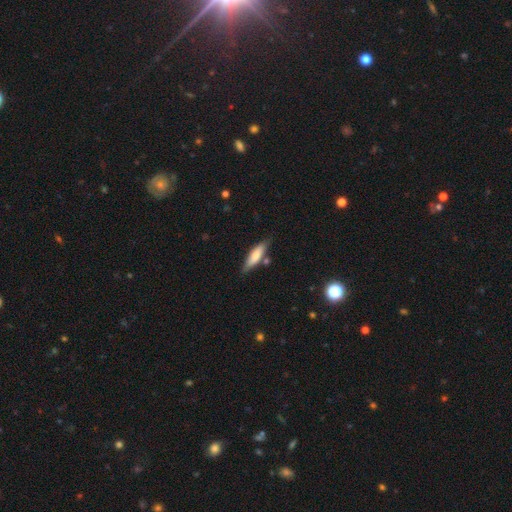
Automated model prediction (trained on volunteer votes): The model was most divided on "how rounded": cigar-shaped: 62%, in between: 36%, round: 2%. More confident: merging — none (73%); smooth or featured — smooth (71%).